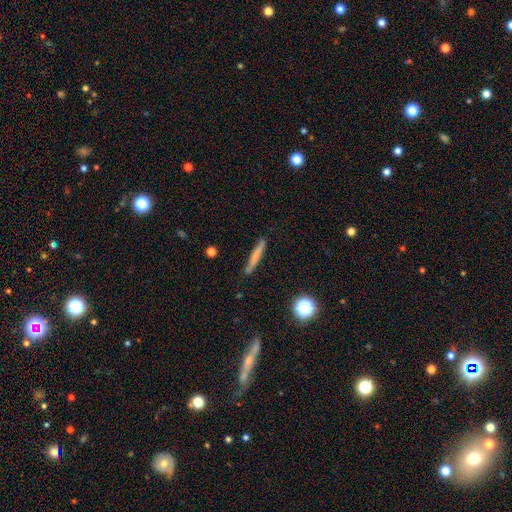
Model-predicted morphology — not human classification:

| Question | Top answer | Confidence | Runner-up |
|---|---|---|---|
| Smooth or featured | smooth | 66% | featured or disk (25%) |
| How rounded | cigar-shaped | 95% | in between (3%) |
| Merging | none | 86% | minor disturbance (10%) |